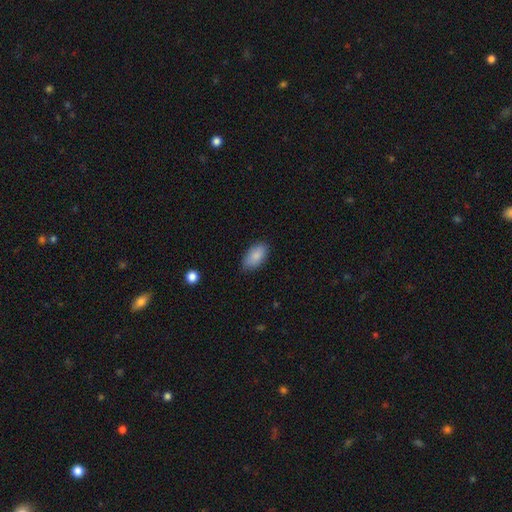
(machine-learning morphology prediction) smooth-or-featured: smooth: 87% | star or artifact: 7% | featured or disk: 6%
  how-rounded: in between: 93% | cigar-shaped: 4% | round: 3%
  merging: none: 80% | minor disturbance: 16% | major disturbance: 3% | merger: 1%